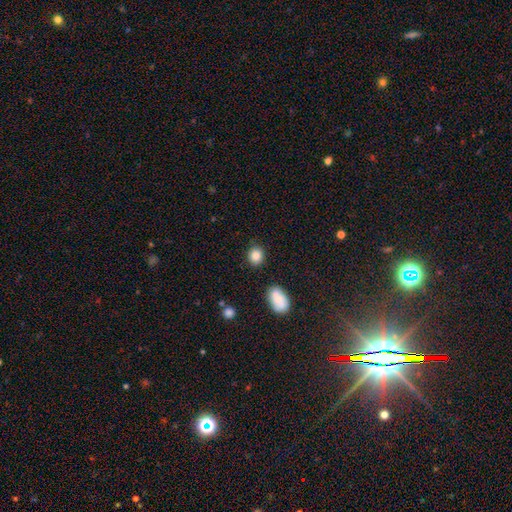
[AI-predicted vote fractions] Morphology: type=smooth (85%); roundness=round (72%); merging=none (86%).